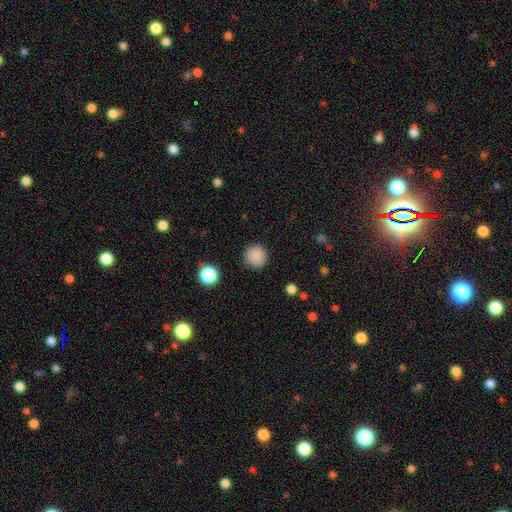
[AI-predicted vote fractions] smooth-or-featured: smooth: 86% | star or artifact: 10% | featured or disk: 4%
  how-rounded: round: 94% | in between: 5% | cigar-shaped: 1%
  merging: none: 88% | minor disturbance: 8% | major disturbance: 3% | merger: 1%